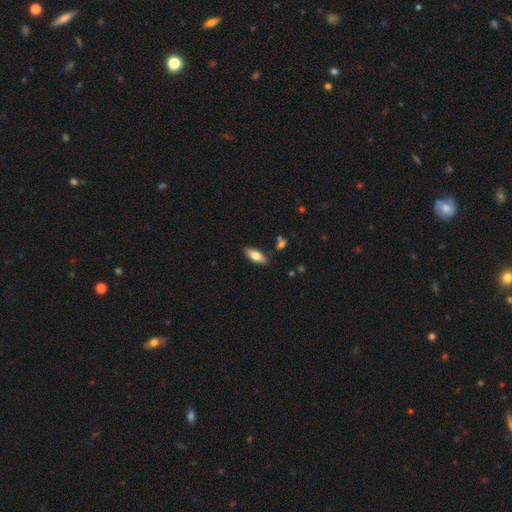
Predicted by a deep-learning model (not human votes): A smooth galaxy with no disk features (73%) that is in between round and cigar-shaped (81%). Merging: none (84%).